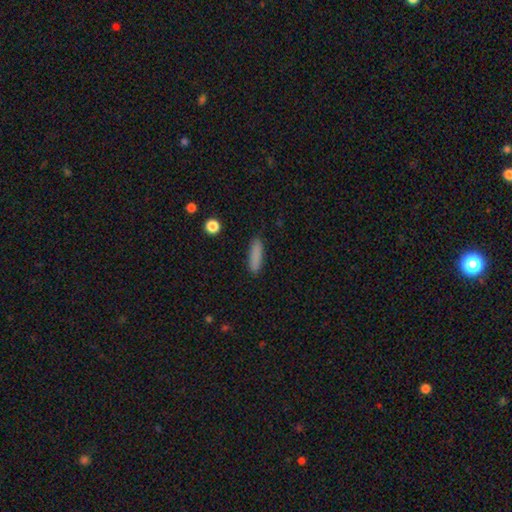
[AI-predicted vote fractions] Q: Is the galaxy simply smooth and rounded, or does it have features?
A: smooth — 86%.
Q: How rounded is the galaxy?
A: cigar-shaped — 72%.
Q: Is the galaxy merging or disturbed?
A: none — 89%.